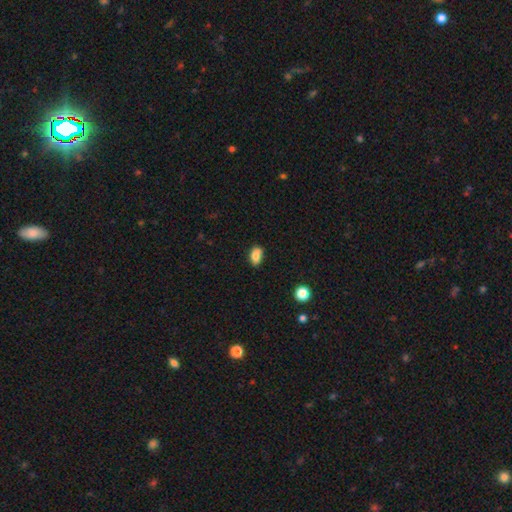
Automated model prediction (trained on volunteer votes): A smooth galaxy with no disk features (83%) that is in between round and cigar-shaped (87%).

Vote fractions:
- Smooth or featured? smooth: 83% / star or artifact: 9% / featured or disk: 7%
- How rounded? in between: 87% / round: 10% / cigar-shaped: 3%
- Merging? none: 74% / minor disturbance: 19% / merger: 3% / major disturbance: 3%